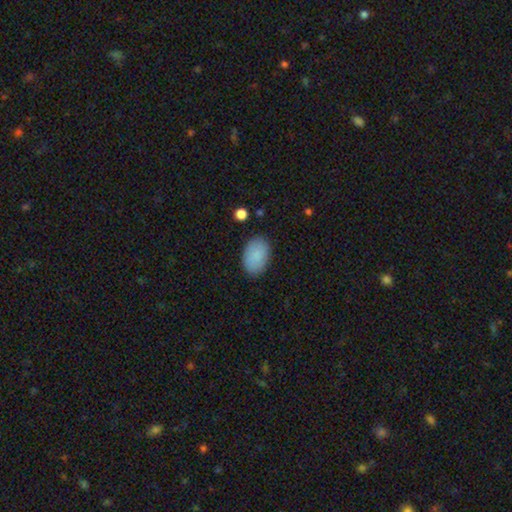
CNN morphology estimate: A smooth galaxy with no disk features (88%) that is in between round and cigar-shaped (89%). Merging: none (86%).